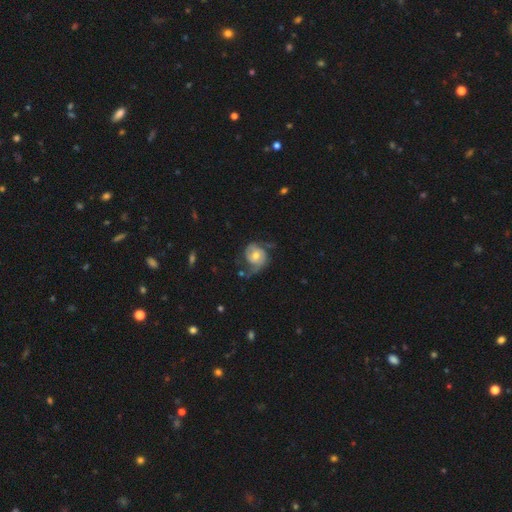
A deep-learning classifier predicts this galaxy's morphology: Q: Smooth or featured?
A: featured or disk (76%); runner-up: smooth (18%)
Q: Edge-on disk?
A: no (98%); runner-up: yes (2%)
Q: Bar?
A: no (69%); runner-up: weak (26%)
Q: Spiral arms?
A: yes (92%); runner-up: no (8%)
Q: Spiral winding?
A: medium (41%); runner-up: tight (33%)
Q: Spiral arm count?
A: 2 (72%); runner-up: can't tell (9%)
Q: Bulge size?
A: moderate (63%); runner-up: small (29%)
Q: Merging?
A: none (52%); runner-up: minor disturbance (25%)